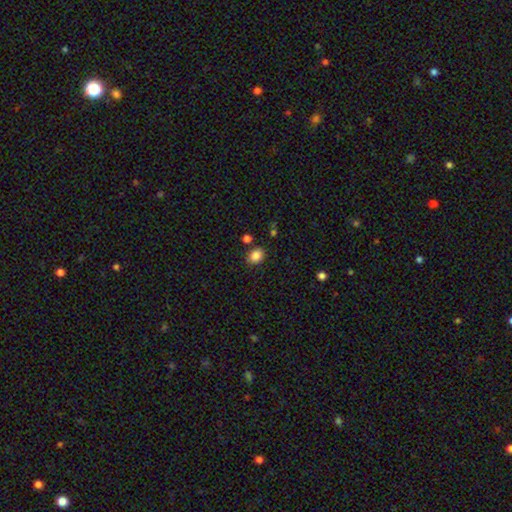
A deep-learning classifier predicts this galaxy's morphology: This is clearly a smooth galaxy (85%). How rounded: possibly in between (60%). Merging: clearly none (81%).